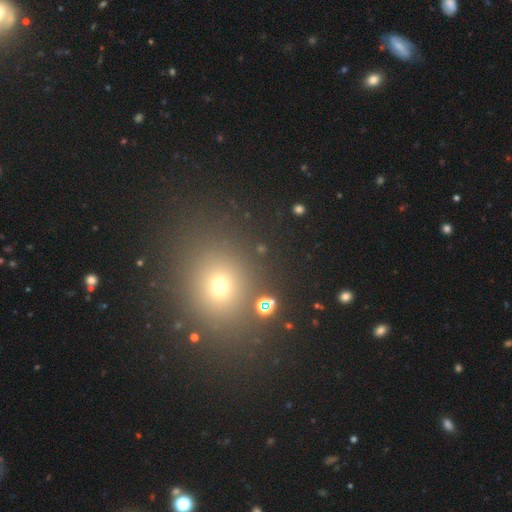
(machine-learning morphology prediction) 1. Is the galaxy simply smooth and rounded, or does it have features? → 59% smooth, 33% star or artifact, 8% featured or disk.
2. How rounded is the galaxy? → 63% round, 35% in between, 1% cigar-shaped.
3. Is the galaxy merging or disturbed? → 86% none, 7% minor disturbance, 4% merger, 3% major disturbance.